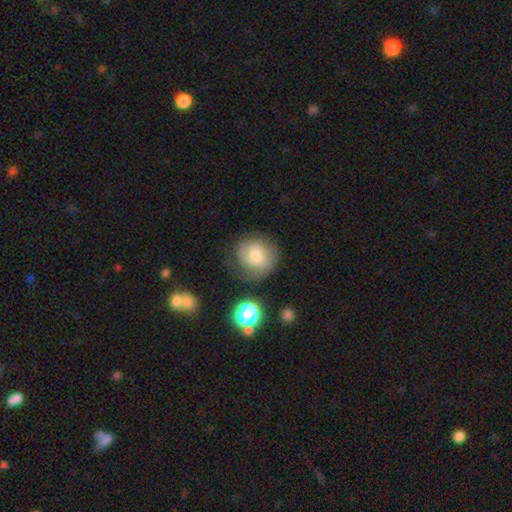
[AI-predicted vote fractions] This appears to be a smooth galaxy with no disk features (53%) that is round (85%). Merging: none (61%).